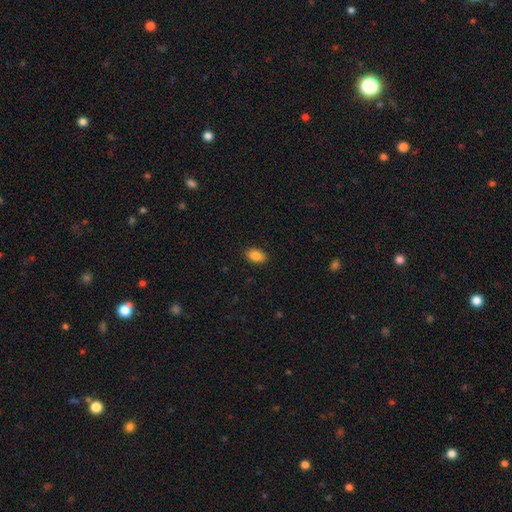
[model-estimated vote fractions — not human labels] A smooth galaxy with no disk features (88%) that is in between round and cigar-shaped (91%).

Vote fractions:
- Smooth or featured? smooth: 88% / star or artifact: 8% / featured or disk: 5%
- How rounded? in between: 91% / round: 8% / cigar-shaped: 2%
- Merging? none: 88% / minor disturbance: 9% / major disturbance: 2% / merger: 1%